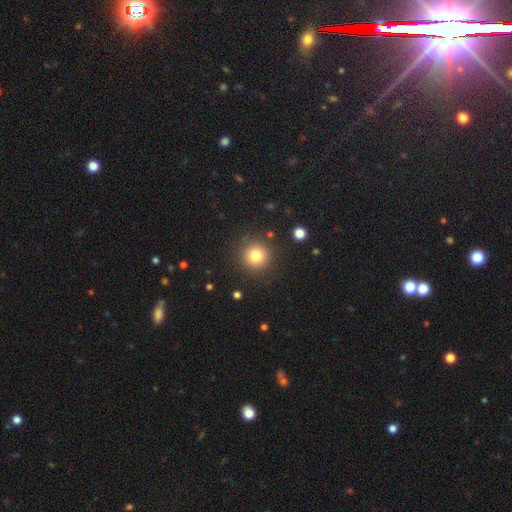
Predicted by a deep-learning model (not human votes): Morphology: type=smooth (79%); roundness=round (95%); merging=none (88%).